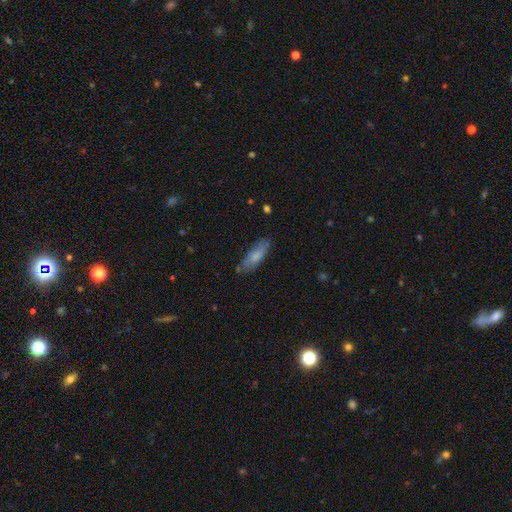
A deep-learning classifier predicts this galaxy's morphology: Smooth or featured: smooth — 75% (featured or disk — 19%)
How rounded: cigar-shaped — 50% (in between — 49%)
Merging: none — 77% (minor disturbance — 17%)